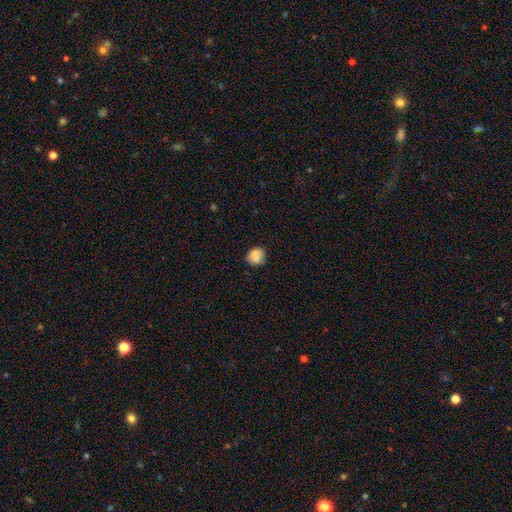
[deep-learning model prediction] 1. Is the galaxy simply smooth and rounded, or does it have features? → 77% smooth, 14% featured or disk, 10% star or artifact.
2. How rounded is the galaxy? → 74% round, 25% in between, 1% cigar-shaped.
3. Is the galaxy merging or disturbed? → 66% none, 18% minor disturbance, 12% merger, 4% major disturbance.